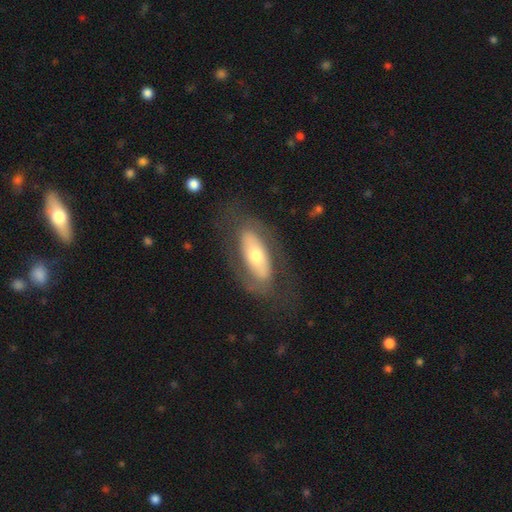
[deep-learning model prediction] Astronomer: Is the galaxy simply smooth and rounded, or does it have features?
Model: featured or disk — 54% (runner-up: smooth, 40%).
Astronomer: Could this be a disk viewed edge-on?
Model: no — 81%.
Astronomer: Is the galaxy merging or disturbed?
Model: none — 73%.